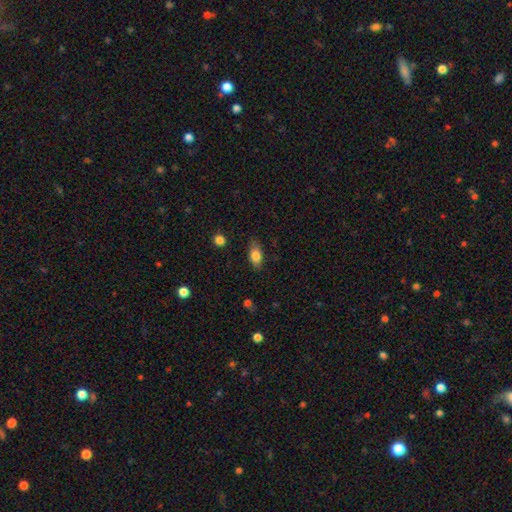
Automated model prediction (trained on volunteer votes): Smooth or featured? smooth (80%)
How rounded? in between (86%)
Merging? none (80%)